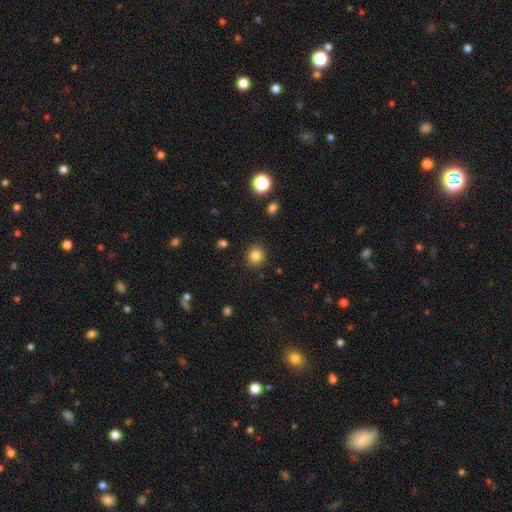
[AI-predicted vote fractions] smooth 83%, star or artifact 12%, featured or disk 5%. Down the decision tree: how rounded — round (84%); merging — none (89%).